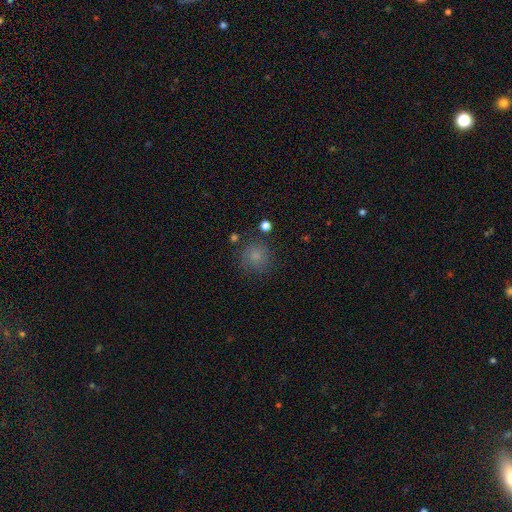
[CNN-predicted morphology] smooth-or-featured: smooth: 77% | star or artifact: 15% | featured or disk: 9%
  how-rounded: round: 90% | in between: 9% | cigar-shaped: 1%
  merging: none: 77% | minor disturbance: 14% | major disturbance: 5% | merger: 3%